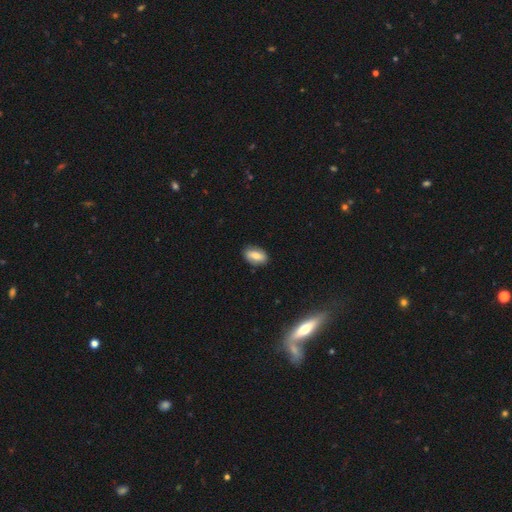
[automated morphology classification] A smooth galaxy with no disk features (76%) that is in between round and cigar-shaped (90%). Merging: none (84%).